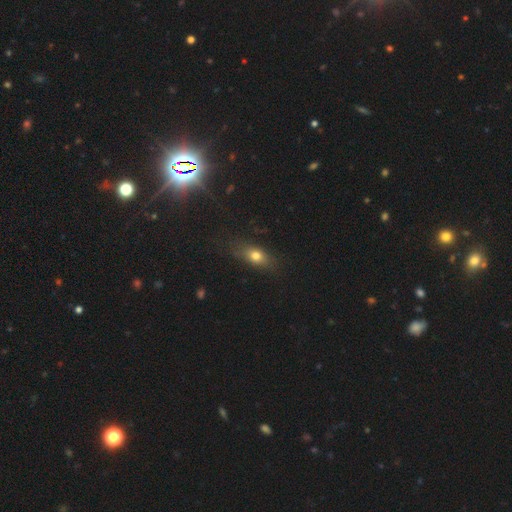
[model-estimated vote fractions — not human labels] A smooth galaxy with no disk features (72%) that is in between round and cigar-shaped (70%).

Vote fractions:
- Smooth or featured? smooth: 72% / featured or disk: 17% / star or artifact: 11%
- How rounded? in between: 70% / round: 15% / cigar-shaped: 15%
- Merging? none: 74% / minor disturbance: 18% / major disturbance: 6% / merger: 2%